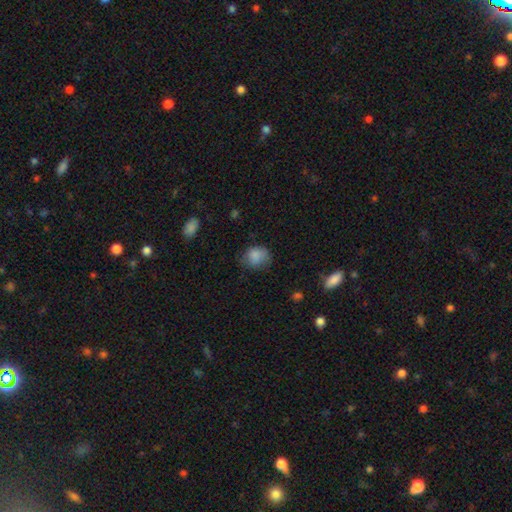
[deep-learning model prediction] A smooth galaxy with no disk features (82%) that is round (63%).

Vote fractions:
- Smooth or featured? smooth: 82% / star or artifact: 9% / featured or disk: 8%
- How rounded? round: 63% / in between: 36% / cigar-shaped: 1%
- Merging? none: 58% / minor disturbance: 29% / major disturbance: 11% / merger: 2%